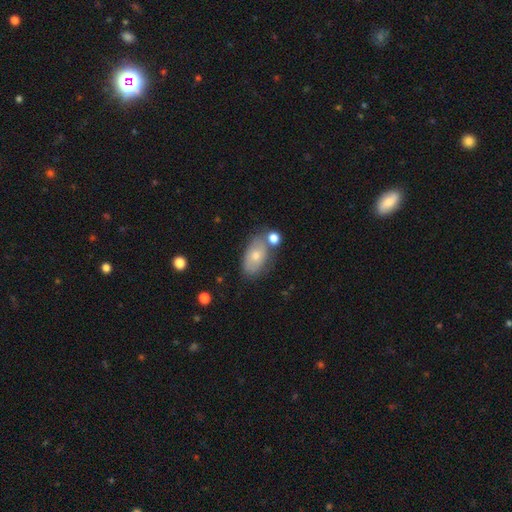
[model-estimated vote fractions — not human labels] smooth-or-featured: smooth: 59% | featured or disk: 31% | star or artifact: 10%
  how-rounded: in between: 89% | round: 8% | cigar-shaped: 3%
  merging: none: 60% | minor disturbance: 19% | merger: 15% | major disturbance: 6%